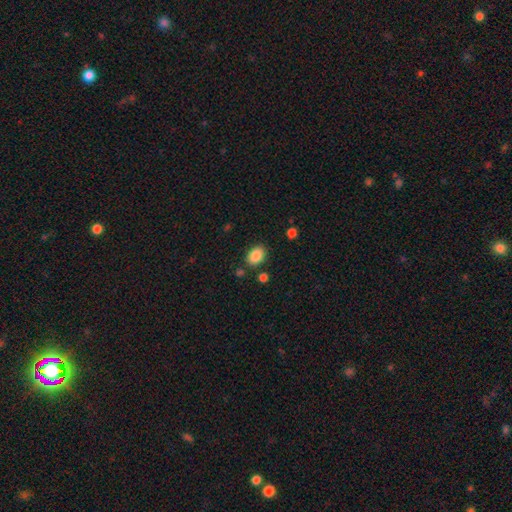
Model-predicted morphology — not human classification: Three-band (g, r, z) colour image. It shows a smooth galaxy with no disk features (88%) that is in between round and cigar-shaped (83%). Merging: none (81%).